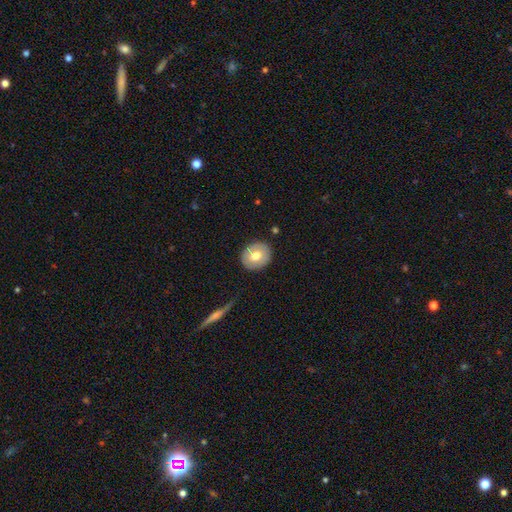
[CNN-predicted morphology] smooth-or-featured: smooth: 64% | featured or disk: 29% | star or artifact: 7%
  how-rounded: round: 73% | in between: 26% | cigar-shaped: 1%
  merging: none: 86% | minor disturbance: 10% | major disturbance: 3% | merger: 2%